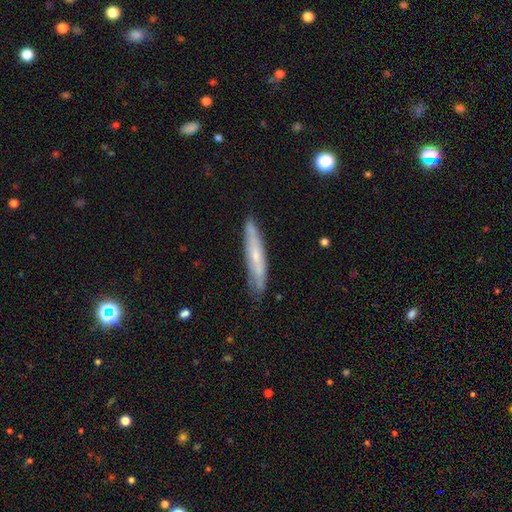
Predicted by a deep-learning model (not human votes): The model was most divided on "smooth or featured": featured or disk: 48%, smooth: 46%, star or artifact: 7%. More confident: merging — none (82%).